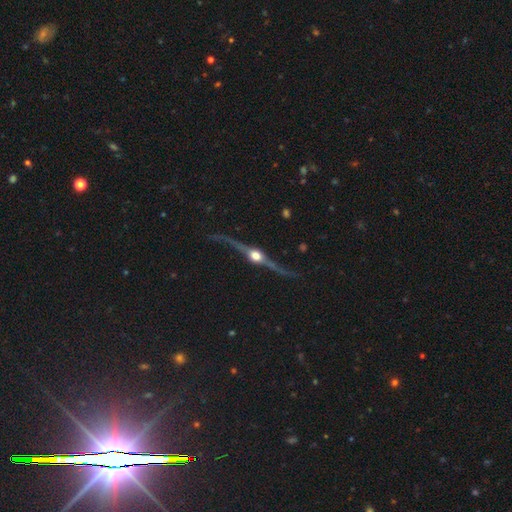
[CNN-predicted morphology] A featured or disk galaxy (91%) viewed edge-on (96%) with a rounded central bulge (96%). Merging: none (85%).